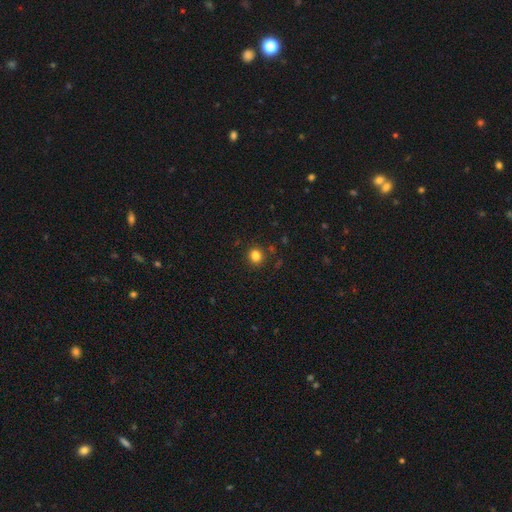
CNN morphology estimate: Q: Smooth or featured?
A: smooth (83%); runner-up: star or artifact (12%)
Q: How rounded?
A: round (80%); runner-up: in between (20%)
Q: Merging?
A: none (88%); runner-up: minor disturbance (8%)